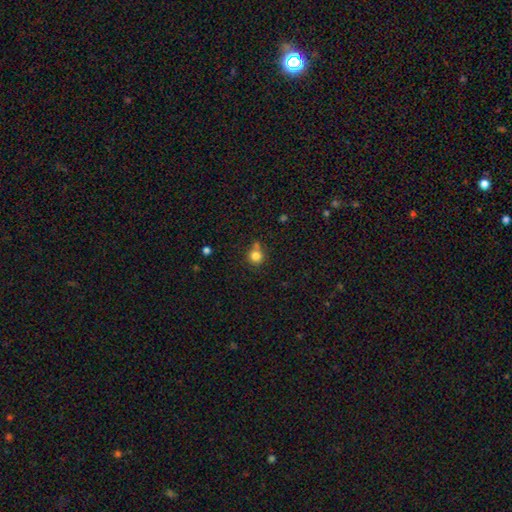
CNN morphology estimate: Smooth or featured?
  - smooth: 81% *
  - star or artifact: 12%
  - featured or disk: 7%
How rounded?
  - round: 89% *
  - in between: 10%
  - cigar-shaped: 1%
Merging?
  - none: 62% *
  - merger: 17%
  - minor disturbance: 17%
  - major disturbance: 5%